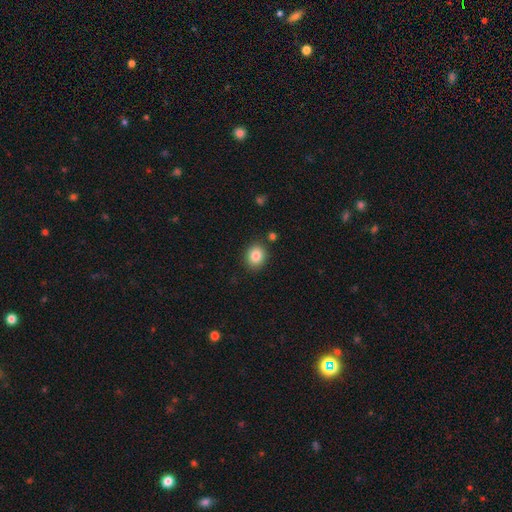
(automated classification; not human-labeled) Q: Smooth or featured?
A: smooth (84%); runner-up: star or artifact (9%)
Q: How rounded?
A: round (62%); runner-up: in between (37%)
Q: Merging?
A: none (87%); runner-up: minor disturbance (8%)